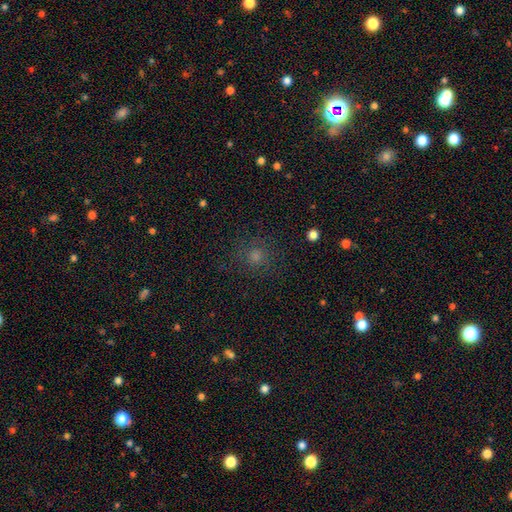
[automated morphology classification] A smooth galaxy with no disk features (50%). Merging: none (85%).